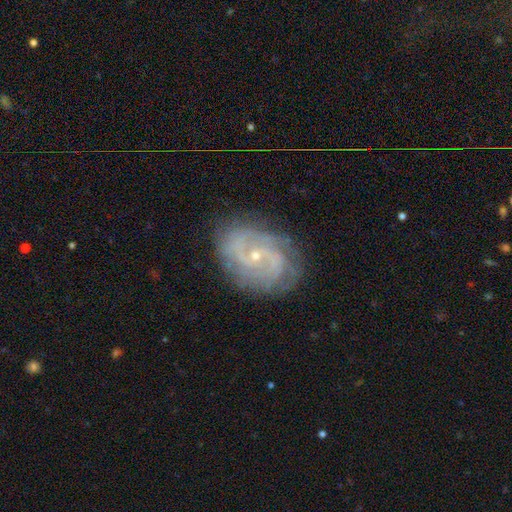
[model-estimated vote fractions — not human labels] Q: Smooth or featured?
A: featured or disk (84%); runner-up: smooth (9%)
Q: Edge-on disk?
A: no (97%); runner-up: yes (3%)
Q: Bar?
A: no (57%); runner-up: weak (35%)
Q: Spiral arms?
A: yes (95%); runner-up: no (5%)
Q: Spiral winding?
A: tight (51%); runner-up: medium (38%)
Q: Spiral arm count?
A: 2 (45%); runner-up: can't tell (25%)
Q: Bulge size?
A: small (79%); runner-up: moderate (17%)
Q: Merging?
A: none (79%); runner-up: minor disturbance (15%)